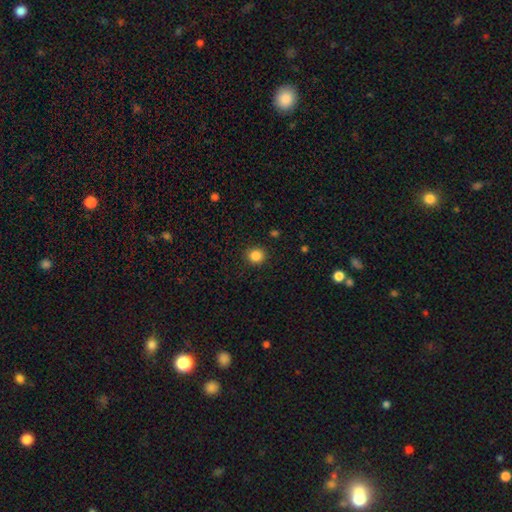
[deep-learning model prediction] smooth 86%, star or artifact 11%, featured or disk 4%. Down the decision tree: how rounded — round (89%); merging — none (91%).